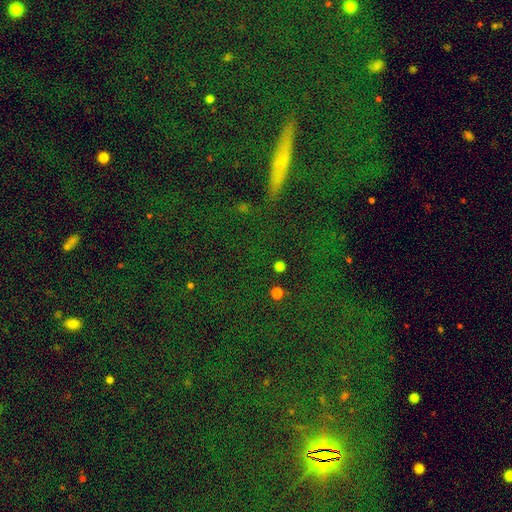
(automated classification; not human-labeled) The model was most divided on "smooth or featured": star or artifact: 57%, featured or disk: 25%, smooth: 18%.